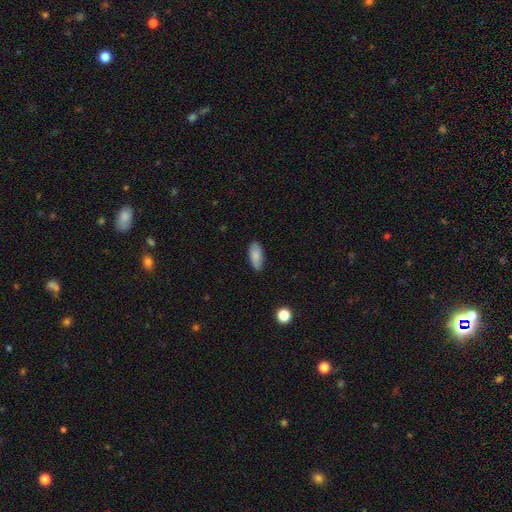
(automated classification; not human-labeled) A smooth galaxy with no disk features (85%) that is in between round and cigar-shaped (85%). Merging: none (82%).